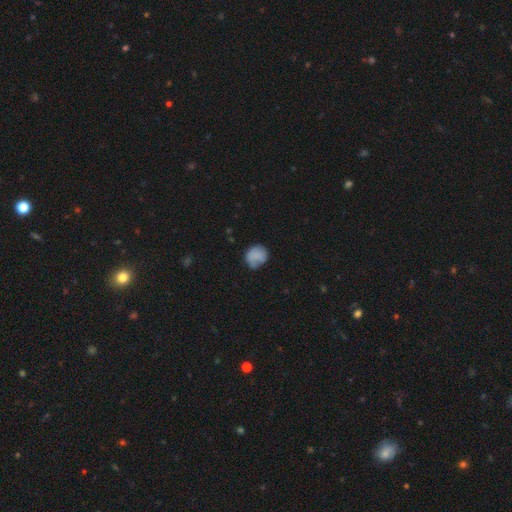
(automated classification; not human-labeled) Smooth or featured: smooth — 78% (featured or disk — 13%)
How rounded: round — 76% (in between — 23%)
Merging: none — 58% (minor disturbance — 29%)